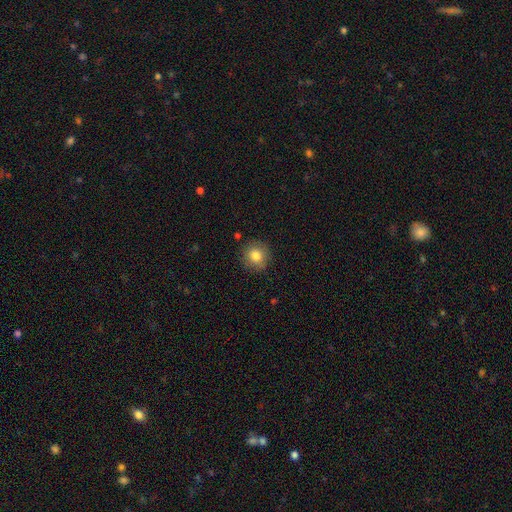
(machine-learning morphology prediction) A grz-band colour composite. It shows a smooth galaxy with no disk features (82%) that is round (91%). Merging: none (87%).